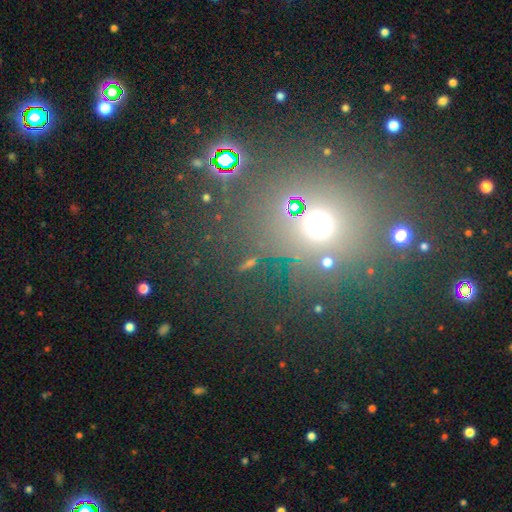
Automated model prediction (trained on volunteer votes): Smooth or featured: star or artifact — 52% (smooth — 39%)